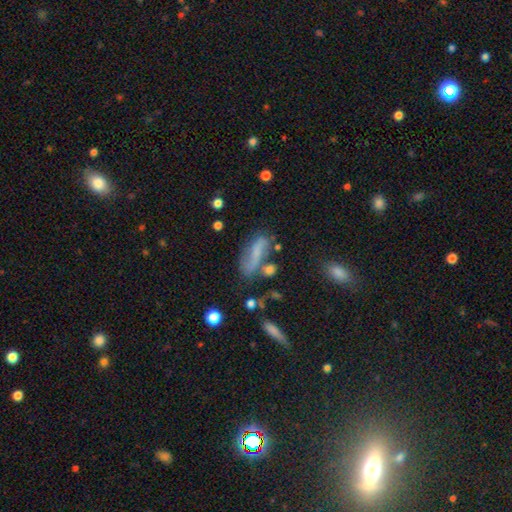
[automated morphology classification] Smooth or featured?
  - smooth: 49% *
  - featured or disk: 39%
  - star or artifact: 11%
Merging?
  - none: 47% *
  - minor disturbance: 25%
  - major disturbance: 15%
  - merger: 13%